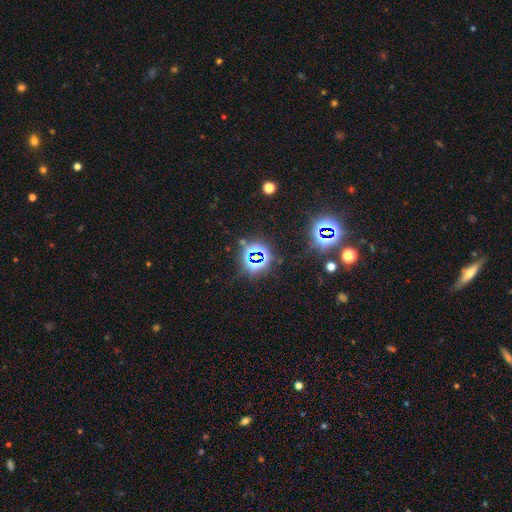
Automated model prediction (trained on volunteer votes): Smooth or featured? Predicted: star or artifact (p=0.78).